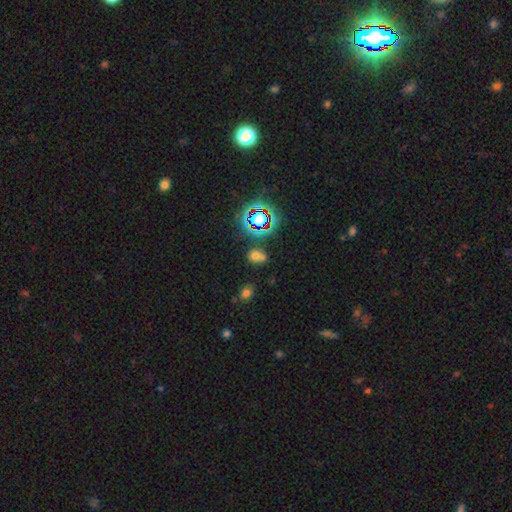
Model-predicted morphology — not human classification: Smooth or featured: smooth — 56% (star or artifact — 34%)
How rounded: in between — 51% (round — 47%)
Merging: none — 60% (merger — 17%)